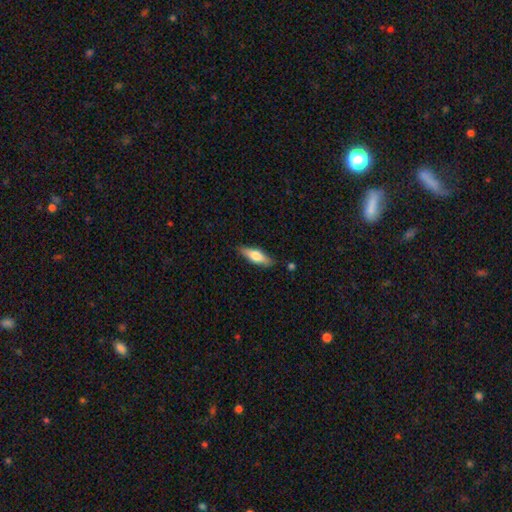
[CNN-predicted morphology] The model was most divided on "how rounded": cigar-shaped: 49%, in between: 48%, round: 2%. More confident: merging — none (83%); smooth or featured — smooth (60%).